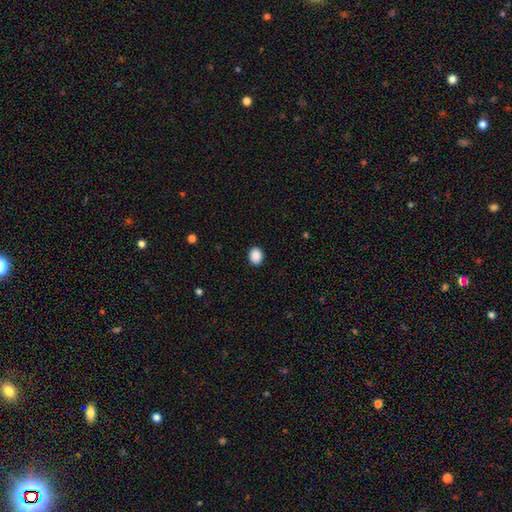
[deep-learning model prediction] smooth-or-featured: smooth: 89% | star or artifact: 8% | featured or disk: 2%
  how-rounded: round: 57% | in between: 42% | cigar-shaped: 1%
  merging: none: 91% | minor disturbance: 6% | major disturbance: 2% | merger: 1%